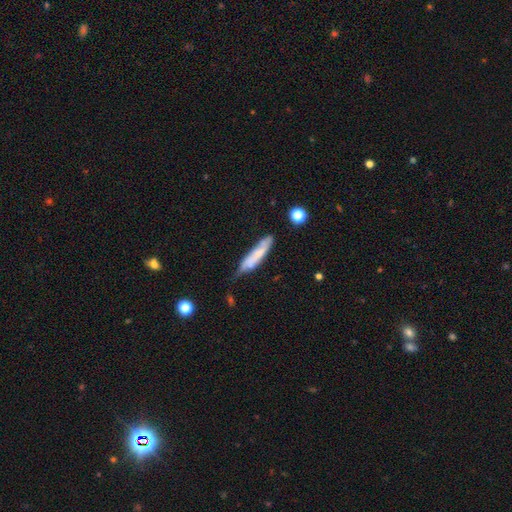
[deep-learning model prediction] This is possibly a smooth galaxy (59%). How rounded: clearly cigar-shaped (84%). Merging: possibly none (55%).